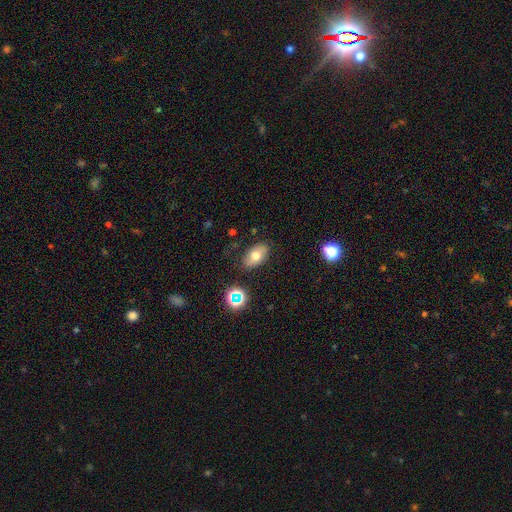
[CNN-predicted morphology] This is likely a smooth galaxy (70%). How rounded: clearly in between (90%). Merging: clearly none (82%).